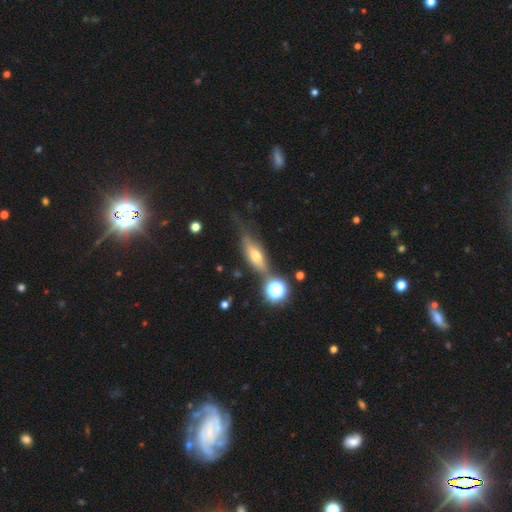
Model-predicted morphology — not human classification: Overall: featured or disk (49%; smooth 39%). Merging: none (59%; minor disturbance 22%).